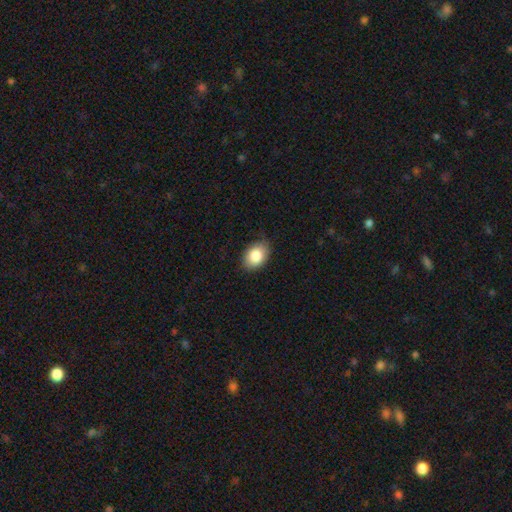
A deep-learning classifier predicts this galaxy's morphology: This appears to be a smooth galaxy with no disk features (85%) that is in between round and cigar-shaped (78%). Merging: none (79%).